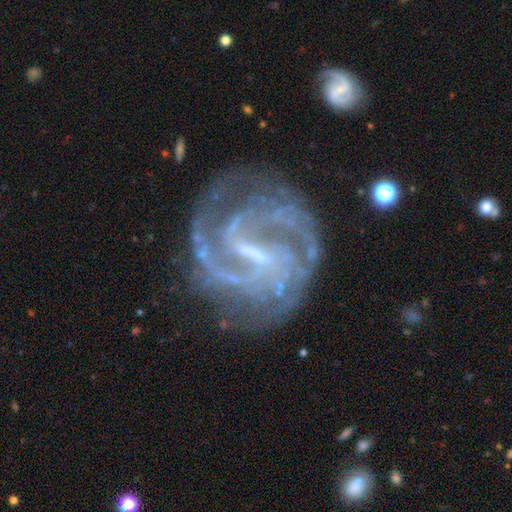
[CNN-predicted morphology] Smooth or featured?
  - featured or disk: 90% *
  - star or artifact: 6%
  - smooth: 4%
Edge-on disk?
  - no: 98% *
  - yes: 2%
Bar?
  - weak: 44% *
  - strong: 43%
  - no: 13%
Spiral arms?
  - yes: 97% *
  - no: 3%
Spiral winding?
  - tight: 53% *
  - medium: 39%
  - loose: 8%
Spiral arm count?
  - 2: 34% *
  - 3: 23%
  - can't tell: 20%
  - 4: 11%
  - more than 4: 7%
  - 1: 7%
Bulge size?
  - small: 65% *
  - none: 21%
  - moderate: 12%
  - large: 1%
  - dominant: 1%
Merging?
  - none: 71% *
  - minor disturbance: 16%
  - major disturbance: 10%
  - merger: 3%